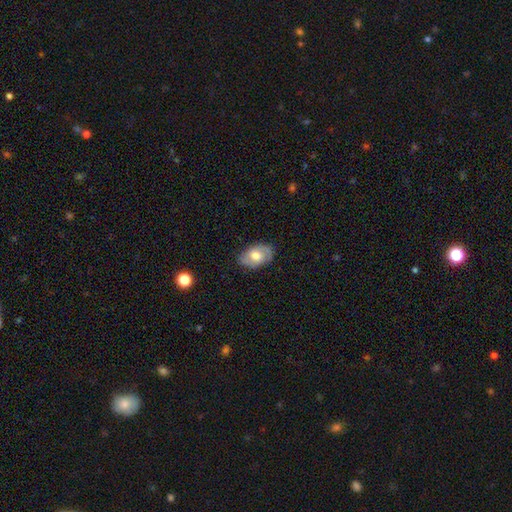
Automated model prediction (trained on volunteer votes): smooth 56%, featured or disk 38%, star or artifact 7%. Down the decision tree: how rounded — in between (88%); merging — none (78%).